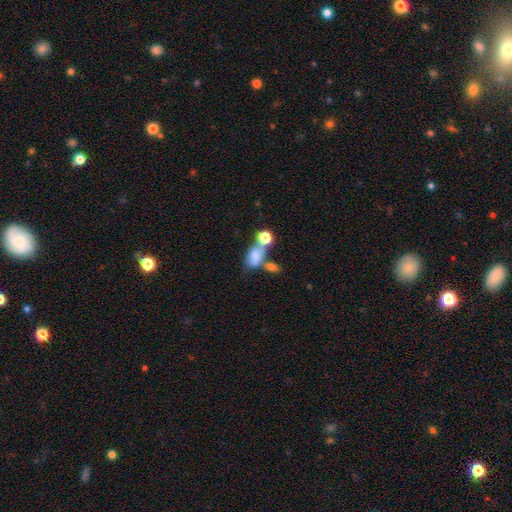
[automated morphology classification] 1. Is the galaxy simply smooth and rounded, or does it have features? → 72% smooth, 16% featured or disk, 11% star or artifact.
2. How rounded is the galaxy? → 79% in between, 16% round, 5% cigar-shaped.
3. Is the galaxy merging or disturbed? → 48% merger, 28% none, 13% minor disturbance, 11% major disturbance.